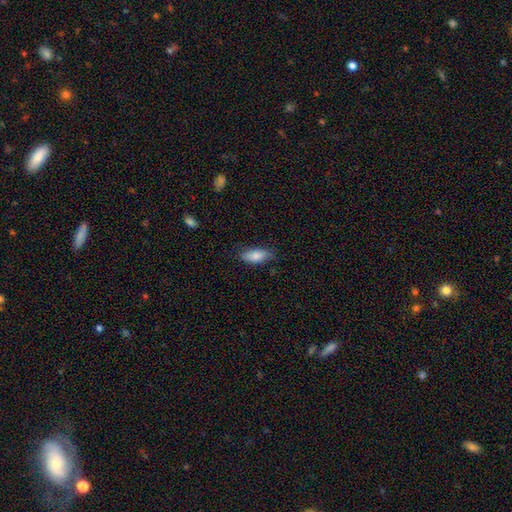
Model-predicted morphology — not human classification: Smooth or featured?
  - smooth: 84% *
  - featured or disk: 10%
  - star or artifact: 7%
How rounded?
  - in between: 85% *
  - cigar-shaped: 13%
  - round: 2%
Merging?
  - none: 77% *
  - minor disturbance: 19%
  - major disturbance: 3%
  - merger: 1%